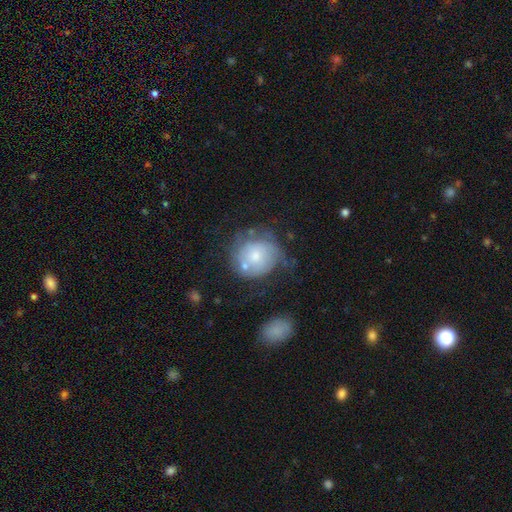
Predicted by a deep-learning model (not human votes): smooth-or-featured: featured or disk: 48% | smooth: 45% | star or artifact: 8%
  merging: none: 45% | minor disturbance: 27% | major disturbance: 17% | merger: 12%